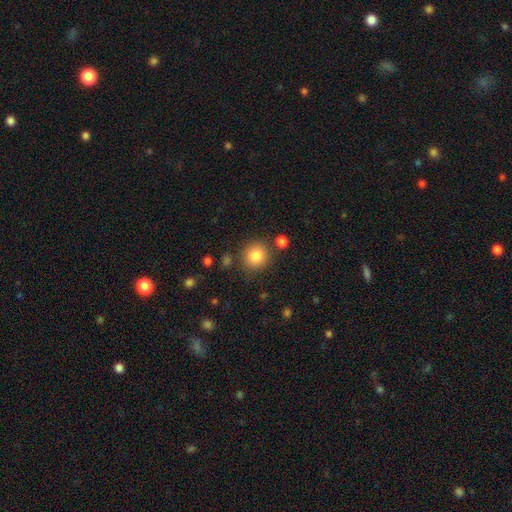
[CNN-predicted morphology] Smooth or featured?
  - smooth: 84% *
  - star or artifact: 10%
  - featured or disk: 6%
How rounded?
  - round: 89% *
  - in between: 10%
  - cigar-shaped: 1%
Merging?
  - none: 83% *
  - minor disturbance: 9%
  - merger: 5%
  - major disturbance: 3%